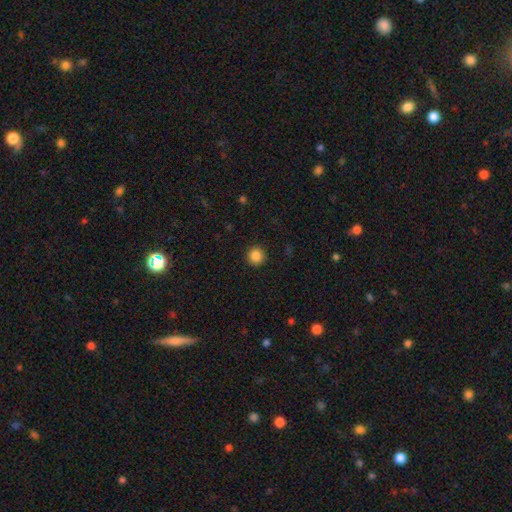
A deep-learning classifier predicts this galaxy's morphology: The model was most divided on "smooth or featured": smooth: 86%, star or artifact: 10%, featured or disk: 4%. More confident: how rounded — round (95%); merging — none (93%).